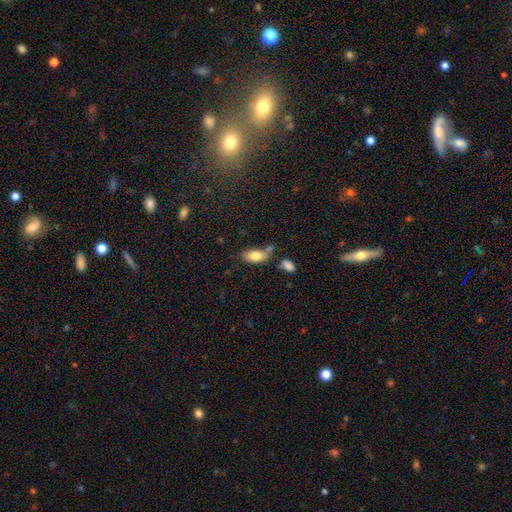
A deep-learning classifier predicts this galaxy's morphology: Overall: smooth (82%). How rounded: in between (90%). Merging: none (55%; merger 22%).